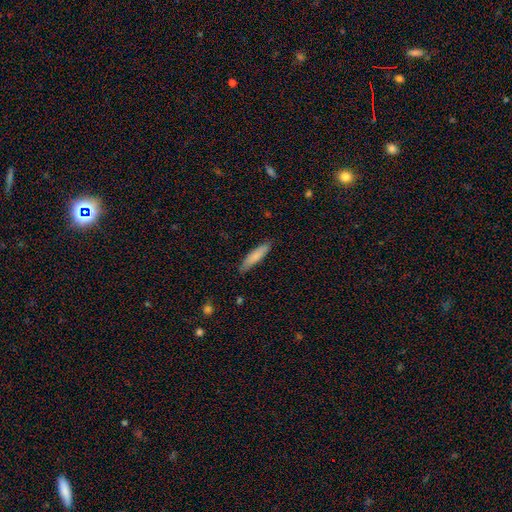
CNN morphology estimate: Smooth or featured? Predicted: smooth (p=0.81). How rounded? Predicted: cigar-shaped (p=0.79). Merging? Predicted: none (p=0.86).